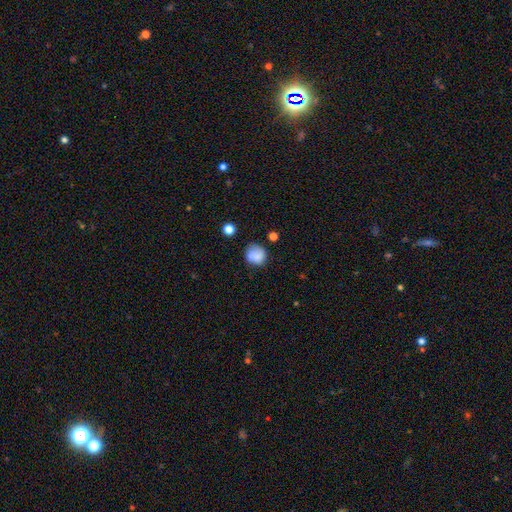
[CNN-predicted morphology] This appears to be a smooth galaxy with no disk features (79%) that is round (75%). Merging: none (63%).